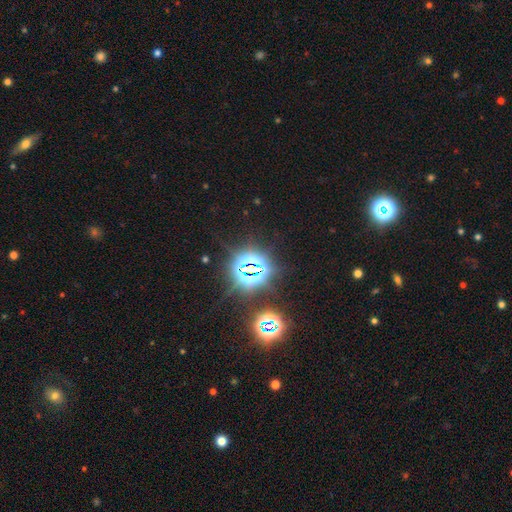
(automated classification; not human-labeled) Q: Smooth or featured?
A: star or artifact (82%); runner-up: smooth (11%)